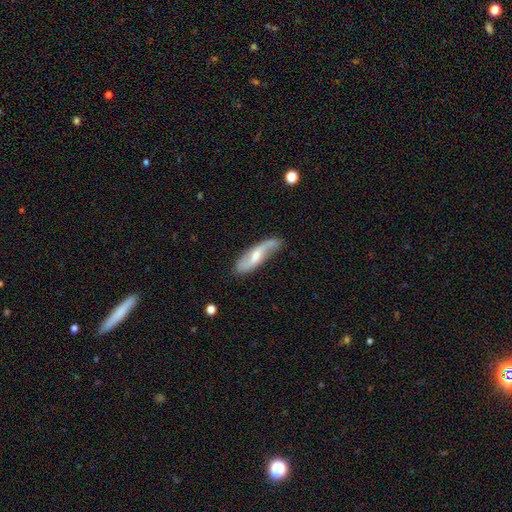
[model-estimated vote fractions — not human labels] This is likely a featured or disk galaxy (69%). It is clearly not viewed edge-on (83%). Bar: possibly weak (46%). Spiral arm pattern: clearly yes (91%). Spiral arm count: clearly 2 (82%). Spiral winding: likely loose (75%). Central bulge: possibly moderate (52%). Merging: likely none (66%).